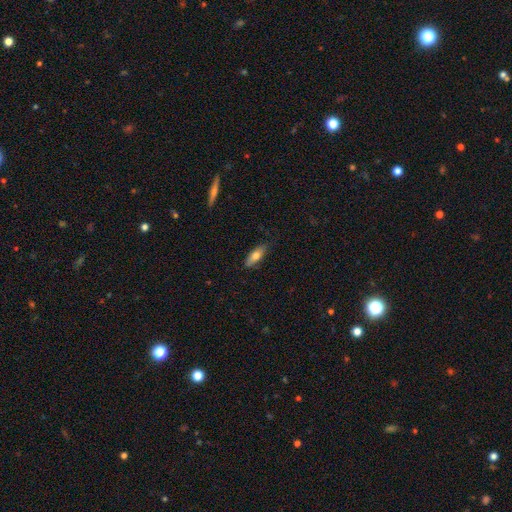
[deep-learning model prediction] smooth 71%, featured or disk 23%, star or artifact 7%. Down the decision tree: how rounded — in between (59%); merging — none (79%).